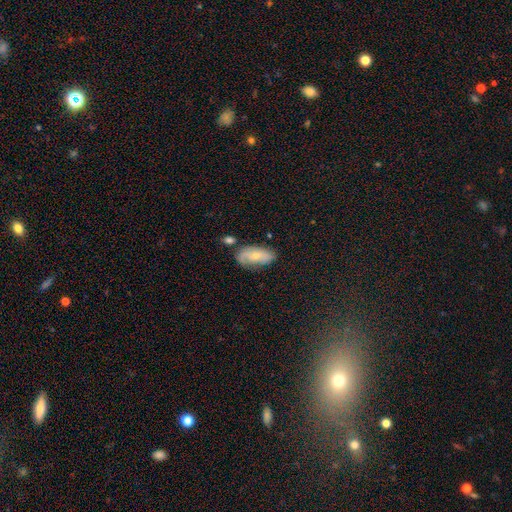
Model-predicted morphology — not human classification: smooth 58%, featured or disk 35%, star or artifact 7%. Down the decision tree: how rounded — in between (90%); merging — none (57%).